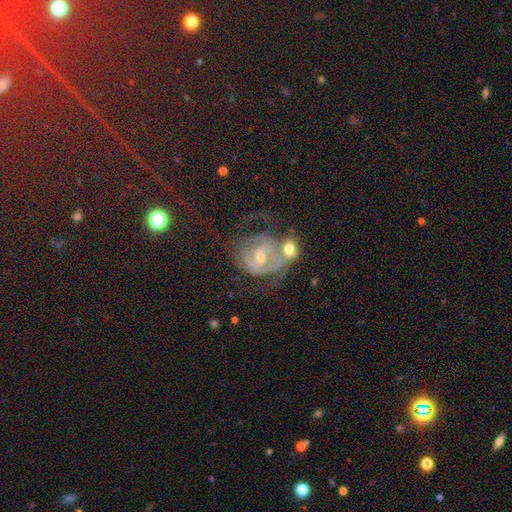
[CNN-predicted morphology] Q: Smooth or featured?
A: featured or disk (81%); runner-up: smooth (11%)
Q: Edge-on disk?
A: no (97%); runner-up: yes (3%)
Q: Bar?
A: weak (48%); runner-up: no (28%)
Q: Spiral arms?
A: yes (90%); runner-up: no (10%)
Q: Spiral winding?
A: tight (50%); runner-up: medium (38%)
Q: Spiral arm count?
A: 2 (53%); runner-up: can't tell (24%)
Q: Bulge size?
A: small (52%); runner-up: moderate (43%)
Q: Merging?
A: none (36%); runner-up: merger (30%)